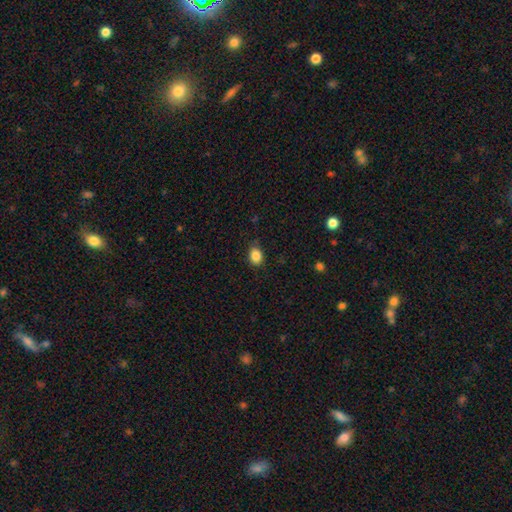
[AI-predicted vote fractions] smooth_or_featured: smooth (p=0.87) [alt: star or artifact p=0.09]
how_rounded: in between (p=0.64) [alt: round p=0.35]
merging: none (p=0.81) [alt: minor disturbance p=0.15]